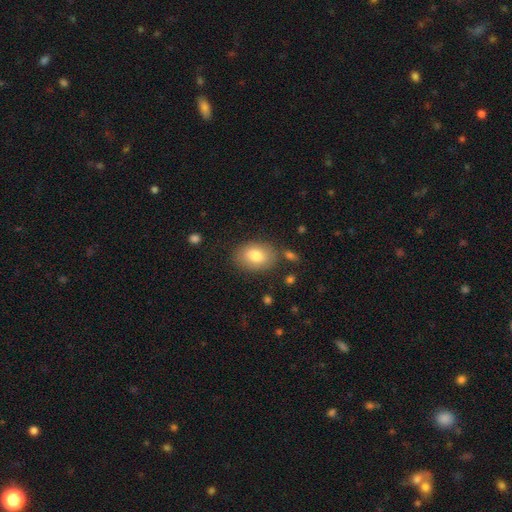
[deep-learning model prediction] This is likely a smooth galaxy (79%). How rounded: likely in between (77%). Merging: clearly none (80%).